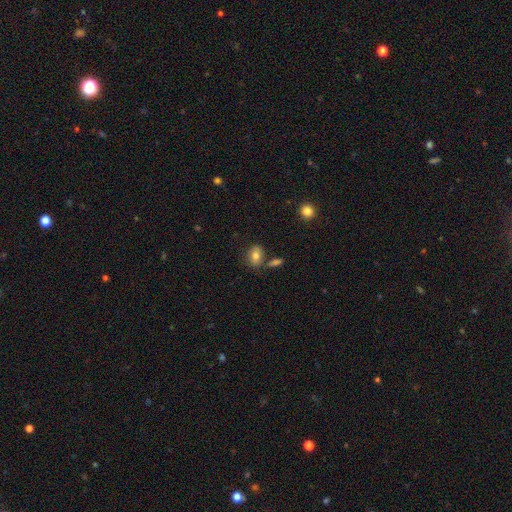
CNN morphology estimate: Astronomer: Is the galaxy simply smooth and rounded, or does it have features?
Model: smooth — 78%.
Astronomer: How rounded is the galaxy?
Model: in between — 72%.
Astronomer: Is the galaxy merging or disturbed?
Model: none — 69%.